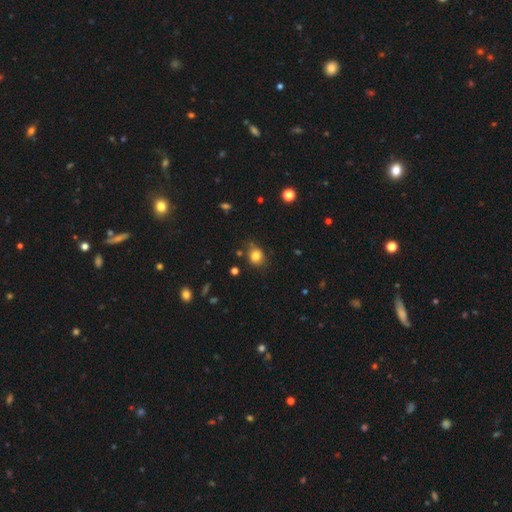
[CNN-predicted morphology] smooth 81%, star or artifact 12%, featured or disk 8%. Down the decision tree: how rounded — round (68%); merging — none (68%).